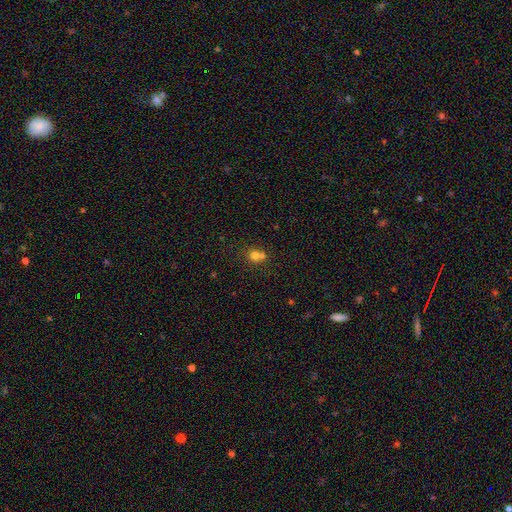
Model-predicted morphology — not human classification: Overall: smooth (72%). How rounded: round (82%). Merging: merger (49%; none 41%).